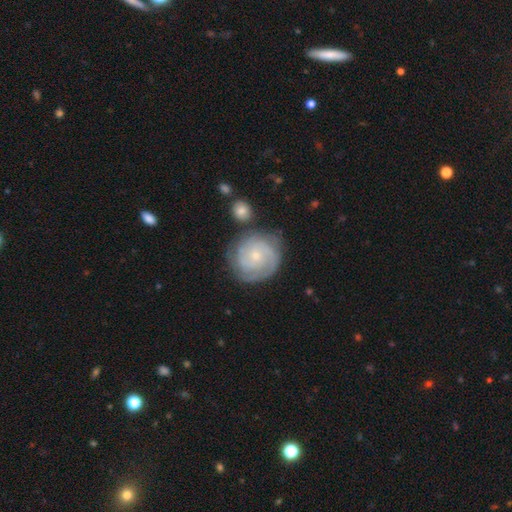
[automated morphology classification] smooth-or-featured: featured or disk: 80% | smooth: 15% | star or artifact: 6%
  disk-edge-on: no: 98% | yes: 2%
    bar: no: 75% | weak: 22% | strong: 3%
    has-spiral-arms: yes: 95% | no: 5%
      spiral-winding: tight: 73% | medium: 22% | loose: 5%
      spiral-arm-count: 3: 27% (tied) | can't tell: 27% (tied) | 2: 27% (tied) | 4: 9% | 1: 5% | more than 4: 5%
    bulge-size: small: 75% | moderate: 21% | none: 2% | large: 1% | dominant: 1%
  merging: none: 74% | minor disturbance: 15% | major disturbance: 5% | merger: 5%